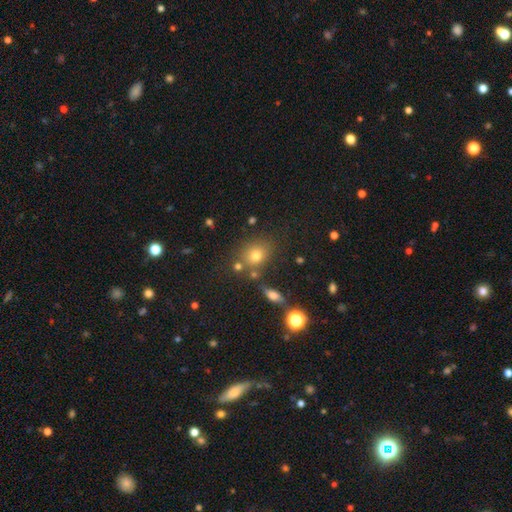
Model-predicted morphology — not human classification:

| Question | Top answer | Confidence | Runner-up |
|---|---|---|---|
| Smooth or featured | smooth | 70% | star or artifact (18%) |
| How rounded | round | 58% | in between (40%) |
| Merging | none | 72% | minor disturbance (13%) |